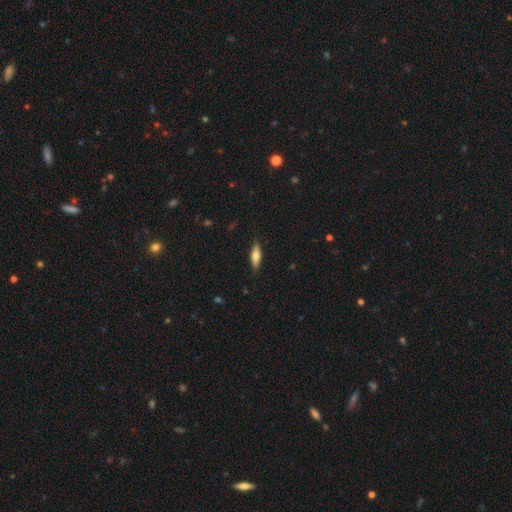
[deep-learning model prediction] Overall: smooth (65%; featured or disk 29%). How rounded: in between (52%; cigar-shaped 46%). Merging: none (86%).